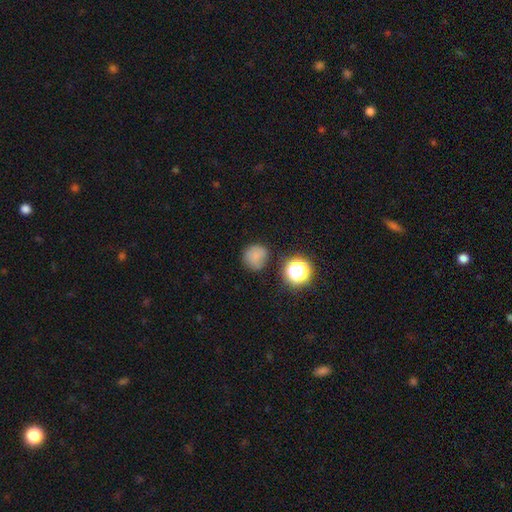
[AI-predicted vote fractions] Smooth or featured?
  - smooth: 75% *
  - star or artifact: 16%
  - featured or disk: 9%
How rounded?
  - round: 90% *
  - in between: 9%
  - cigar-shaped: 1%
Merging?
  - none: 73% *
  - minor disturbance: 17%
  - major disturbance: 5%
  - merger: 5%